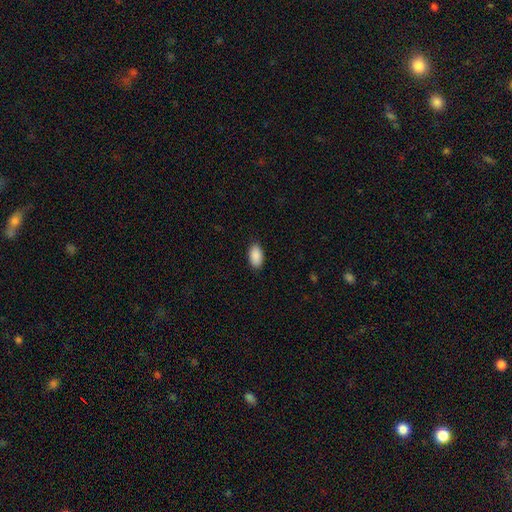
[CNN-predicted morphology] This is clearly a smooth galaxy (91%). How rounded: clearly in between (95%). Merging: clearly none (88%).